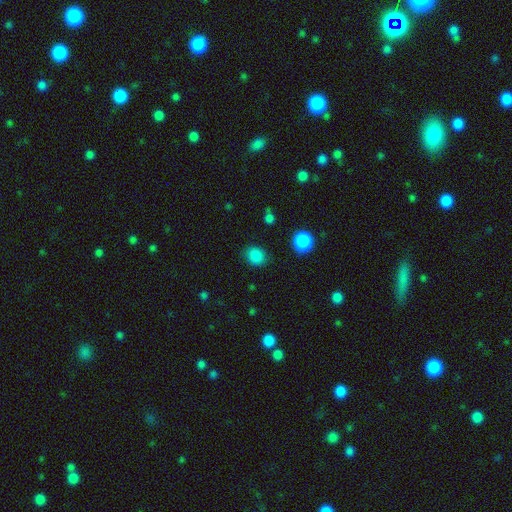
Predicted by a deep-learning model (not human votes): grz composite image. It shows a smooth galaxy with no disk features (86%) that is round (71%). Merging: none (86%).